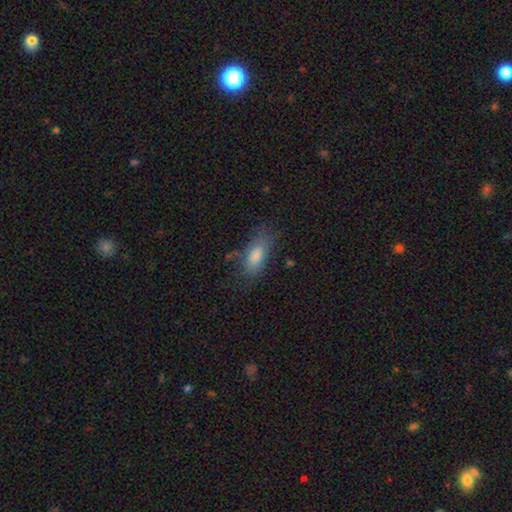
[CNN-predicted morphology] Smooth or featured? smooth (79%)
How rounded? in between (78%)
Merging? none (68%)